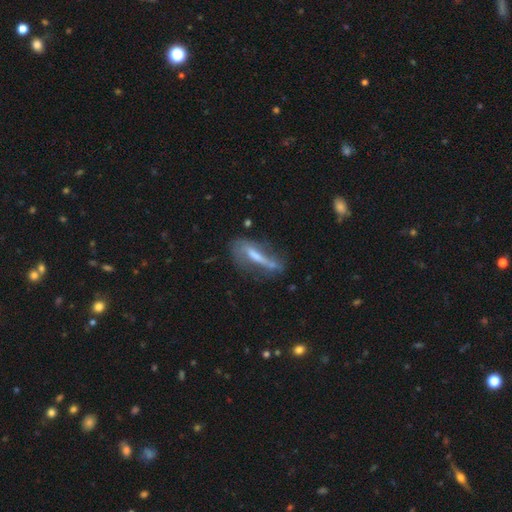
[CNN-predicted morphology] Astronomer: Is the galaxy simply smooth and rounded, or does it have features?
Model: featured or disk — 57% (runner-up: smooth, 34%).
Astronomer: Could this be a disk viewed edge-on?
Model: no — 61% (runner-up: yes, 39%).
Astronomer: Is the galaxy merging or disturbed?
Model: none — 45% (runner-up: minor disturbance, 27%).